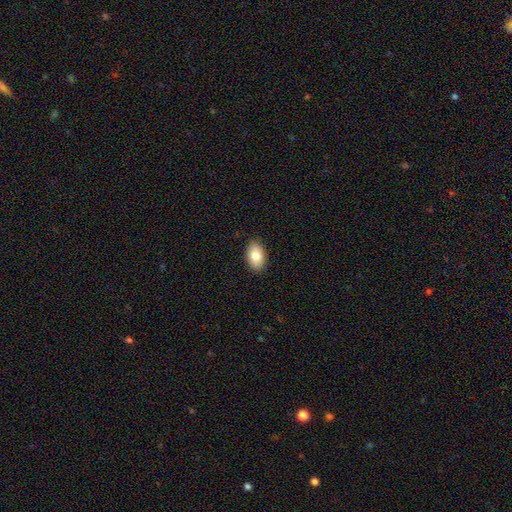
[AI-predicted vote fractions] A smooth galaxy with no disk features (82%) that is in between round and cigar-shaped (91%). Merging: none (89%).